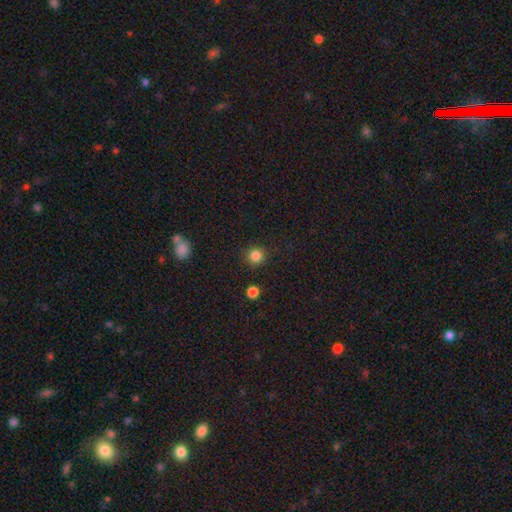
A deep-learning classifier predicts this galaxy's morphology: Overall: smooth (84%). How rounded: round (93%). Merging: none (88%).